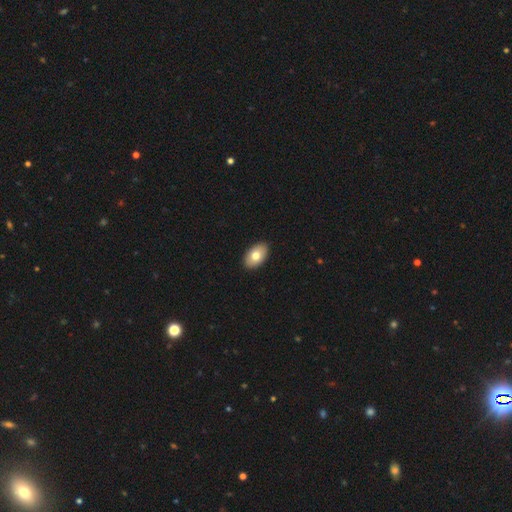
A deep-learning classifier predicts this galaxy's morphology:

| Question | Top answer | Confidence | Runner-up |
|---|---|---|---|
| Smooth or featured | smooth | 77% | featured or disk (17%) |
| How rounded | in between | 93% | round (6%) |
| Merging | none | 91% | minor disturbance (6%) |